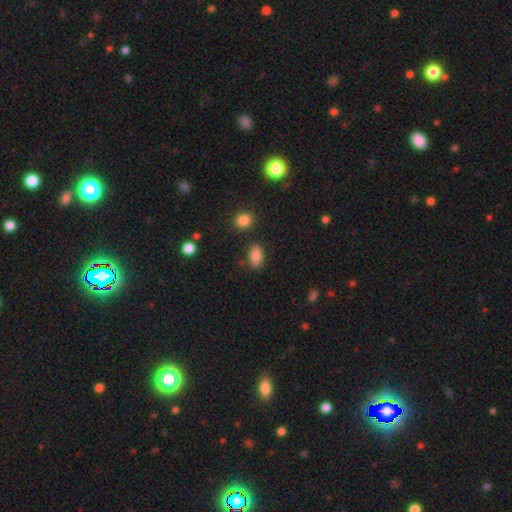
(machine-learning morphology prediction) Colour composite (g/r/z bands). It shows a smooth galaxy with no disk features (83%) that is in between round and cigar-shaped (89%). Merging: none (80%).